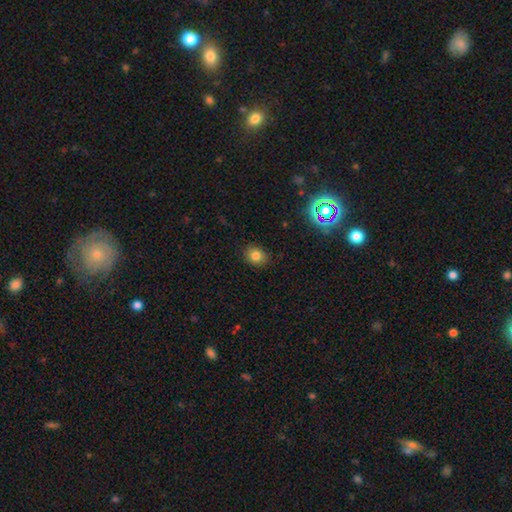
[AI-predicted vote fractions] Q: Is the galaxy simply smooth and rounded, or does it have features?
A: smooth — 79%.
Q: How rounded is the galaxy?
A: round — 53%.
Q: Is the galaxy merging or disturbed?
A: none — 87%.